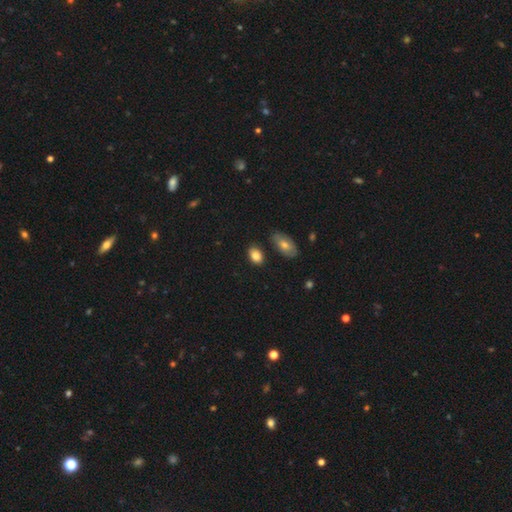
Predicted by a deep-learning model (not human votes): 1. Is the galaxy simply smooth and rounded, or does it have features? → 84% smooth, 8% featured or disk, 8% star or artifact.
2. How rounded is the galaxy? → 85% in between, 13% round, 2% cigar-shaped.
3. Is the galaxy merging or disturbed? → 80% none, 12% minor disturbance, 5% merger, 3% major disturbance.